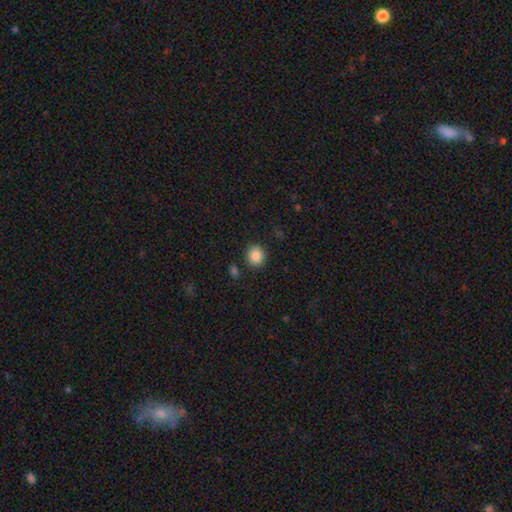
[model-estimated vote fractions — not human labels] Smooth or featured? smooth (86%)
How rounded? round (85%)
Merging? none (88%)